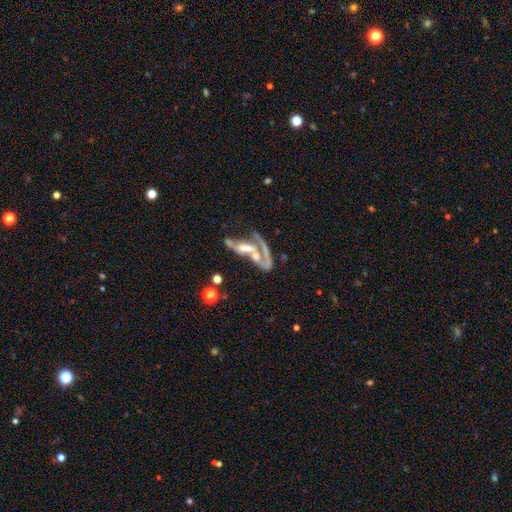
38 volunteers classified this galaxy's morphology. Volunteers were most divided on "bar" (2-way tie): weak: 41%, no: 41%, strong: 17%. More confident: edge-on disk — no (91%); smooth or featured — featured or disk (84%); merging — merger (81%); spiral arms — yes (72%); spiral arm count — 1 (71%); spiral winding — loose (67%); bulge size — moderate (62%).